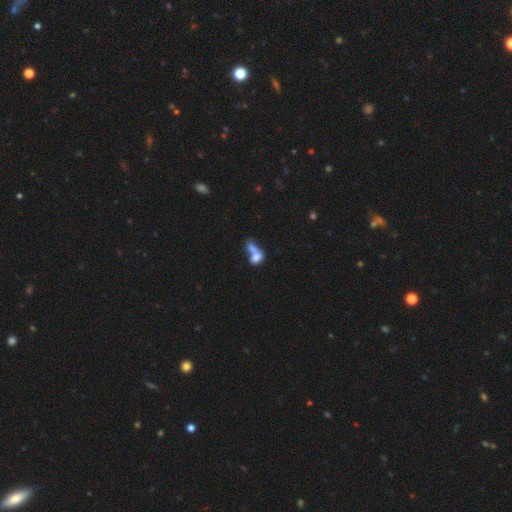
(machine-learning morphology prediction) This appears to be a smooth galaxy with no disk features (67%) that is in between round and cigar-shaped (76%). Merging: merger (67%).